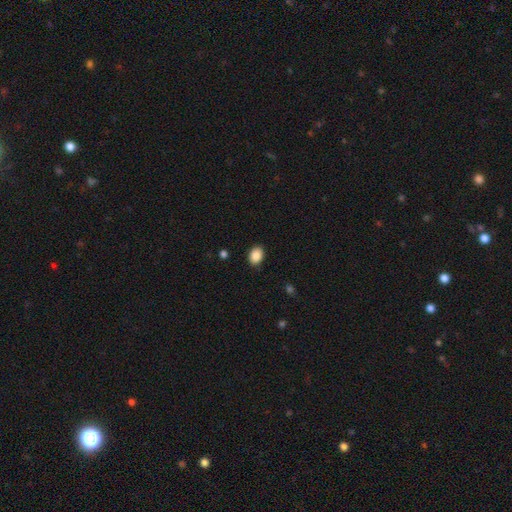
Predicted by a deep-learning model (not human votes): A smooth galaxy with no disk features (88%) that is in between round and cigar-shaped (72%). Merging: none (88%).